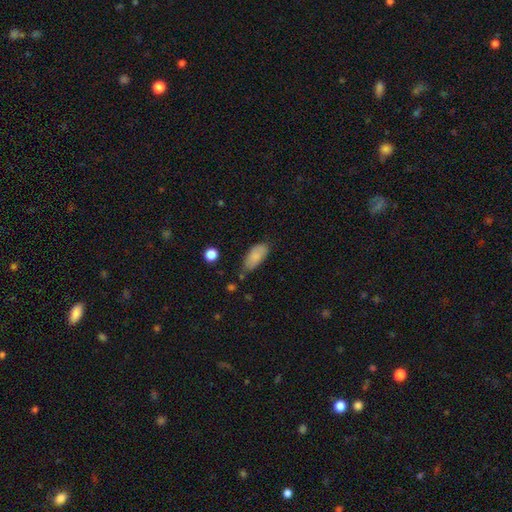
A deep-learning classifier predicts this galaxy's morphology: smooth_or_featured: smooth (p=0.85) [alt: featured or disk p=0.07]
how_rounded: in between (p=0.87) [alt: cigar-shaped p=0.11]
merging: none (p=0.66) [alt: minor disturbance p=0.26]